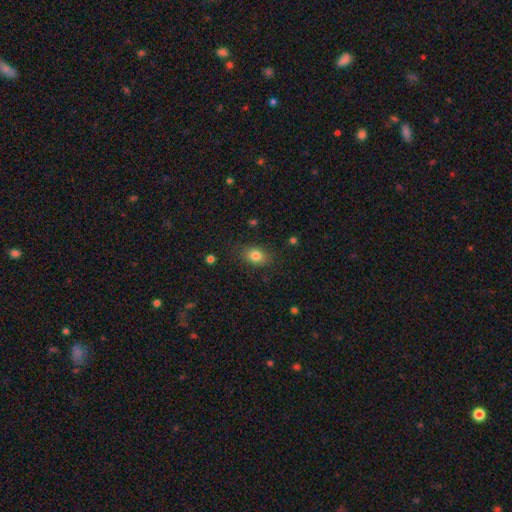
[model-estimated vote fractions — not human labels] Morphology: type=smooth (81%); roundness=in between (73%); merging=none (82%).